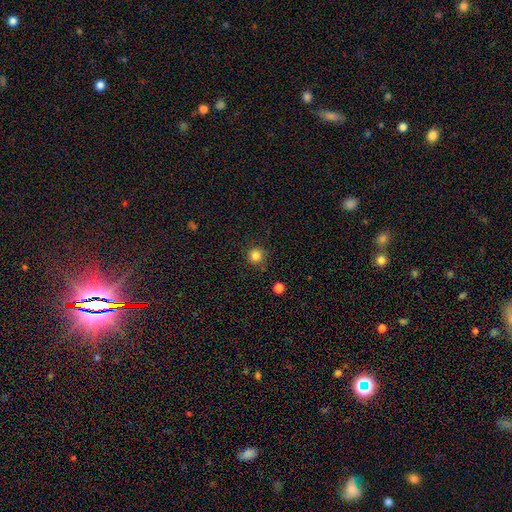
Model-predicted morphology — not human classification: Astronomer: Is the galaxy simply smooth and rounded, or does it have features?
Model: smooth — 83%.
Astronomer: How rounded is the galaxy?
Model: round — 95%.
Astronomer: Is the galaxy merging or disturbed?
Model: none — 86%.